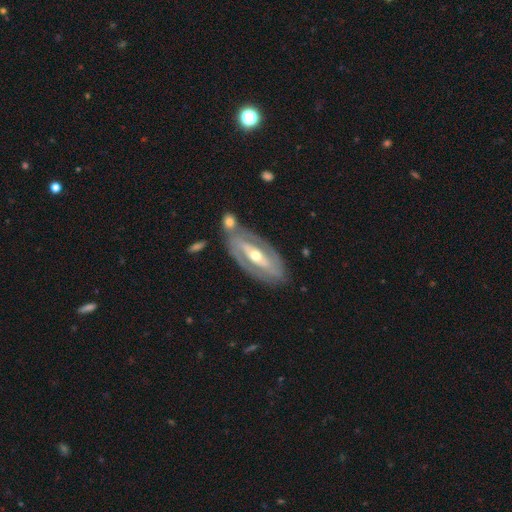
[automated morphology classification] Overall: featured or disk (80%). Edge-on disk: no (88%). Bar: strong (45%; no 30%). Spiral arms: yes (67%; no 33%). Bulge size: moderate (63%; small 31%). Merging: none (71%).